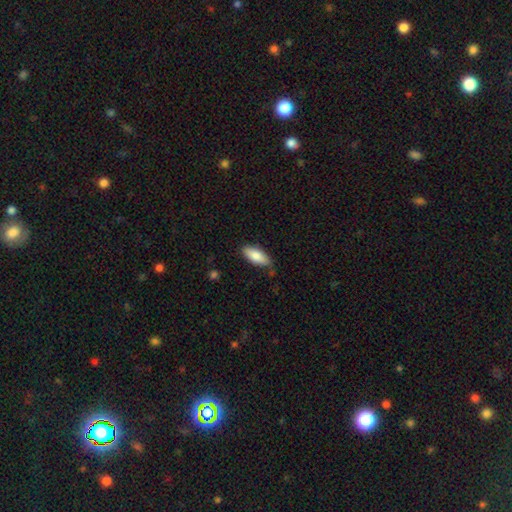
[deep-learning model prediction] Smooth or featured? Predicted: smooth (p=0.82). How rounded? Predicted: in between (p=0.79). Merging? Predicted: none (p=0.77).